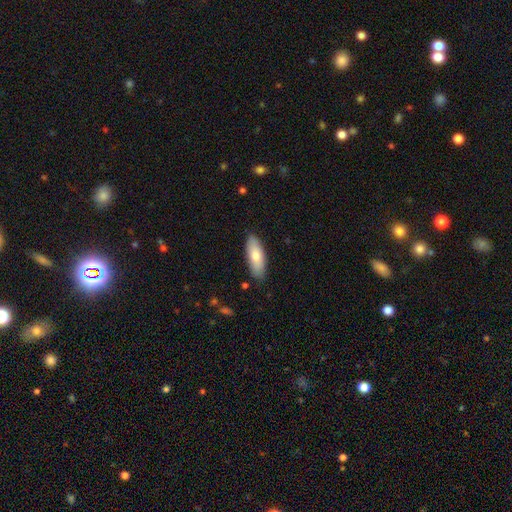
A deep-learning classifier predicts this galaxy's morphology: A smooth galaxy with no disk features (77%) that is in between round and cigar-shaped (73%). Merging: none (85%).